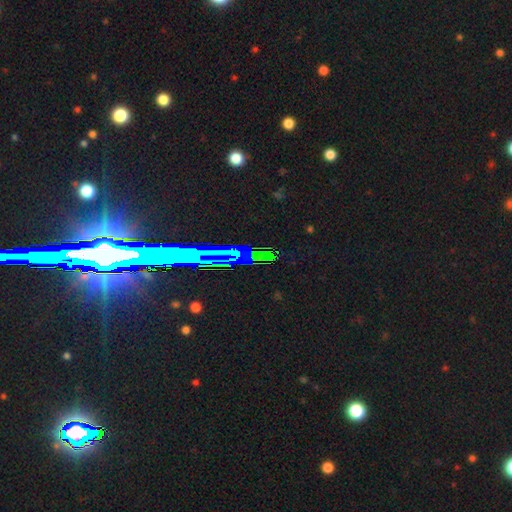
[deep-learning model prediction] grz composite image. It shows a star or artifact, not a galaxy (68%).